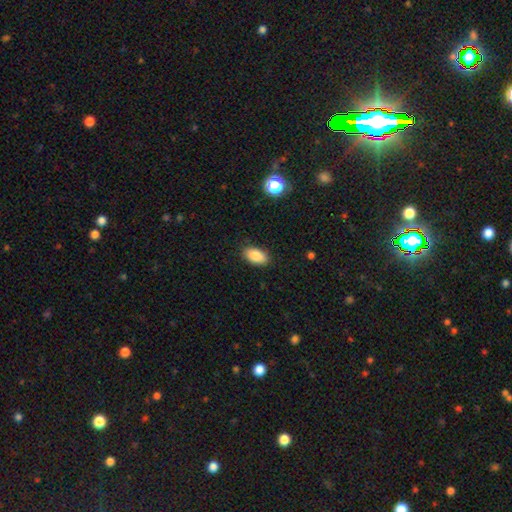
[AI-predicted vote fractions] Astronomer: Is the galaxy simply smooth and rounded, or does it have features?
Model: smooth — 88%.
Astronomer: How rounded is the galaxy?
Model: in between — 93%.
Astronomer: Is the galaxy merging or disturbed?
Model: none — 87%.